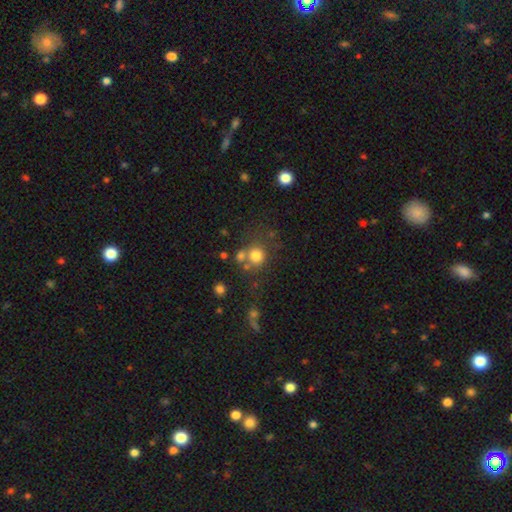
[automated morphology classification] Smooth or featured? Predicted: smooth (p=0.76). How rounded? Predicted: round (p=0.87). Merging? Predicted: none (p=0.59).